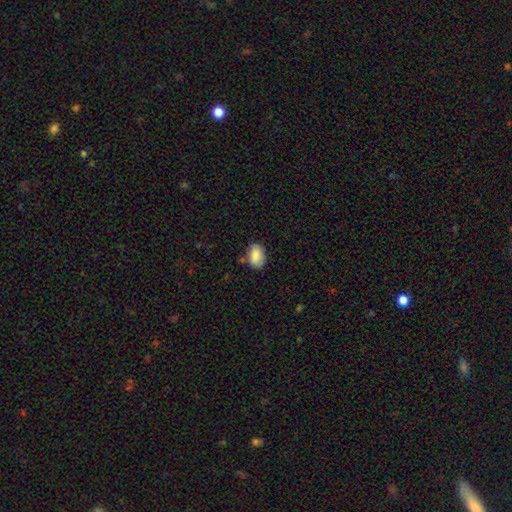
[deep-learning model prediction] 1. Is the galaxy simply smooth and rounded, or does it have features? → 86% smooth, 7% star or artifact, 7% featured or disk.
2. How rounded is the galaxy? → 88% in between, 11% round, 1% cigar-shaped.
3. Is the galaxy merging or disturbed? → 76% none, 18% minor disturbance, 3% major disturbance, 3% merger.